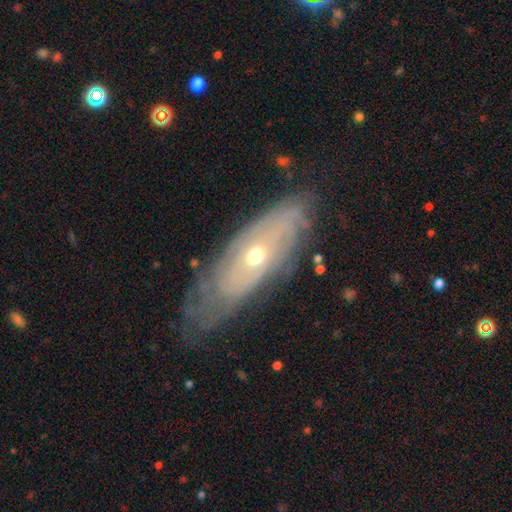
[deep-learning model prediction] smooth-or-featured: featured or disk: 77% | smooth: 17% | star or artifact: 6%
  disk-edge-on: no: 80% | yes: 20%
    bar: no: 81% | weak: 15% | strong: 4%
    has-spiral-arms: yes: 74% | no: 26%
    bulge-size: moderate: 54% | small: 42% | large: 2% | dominant: 1% | none: 1%
  merging: none: 68% | minor disturbance: 23% | major disturbance: 8% | merger: 2%